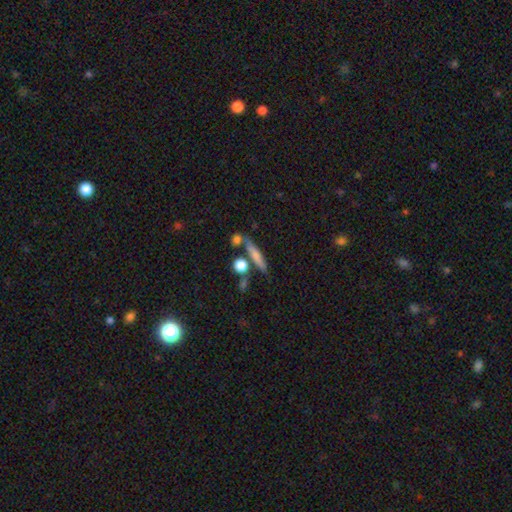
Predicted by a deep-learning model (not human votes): smooth-or-featured: smooth: 63% | featured or disk: 29% | star or artifact: 9%
  how-rounded: cigar-shaped: 80% | in between: 13% | round: 7%
  merging: none: 71% | merger: 13% | minor disturbance: 12% | major disturbance: 4%